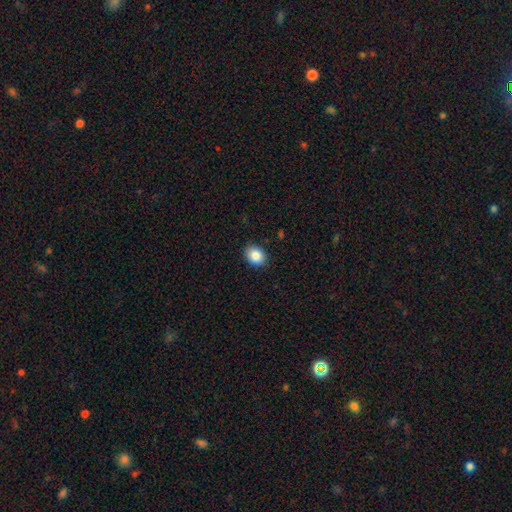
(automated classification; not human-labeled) This is clearly a smooth galaxy (86%). How rounded: possibly in between (50%). Merging: clearly none (89%).